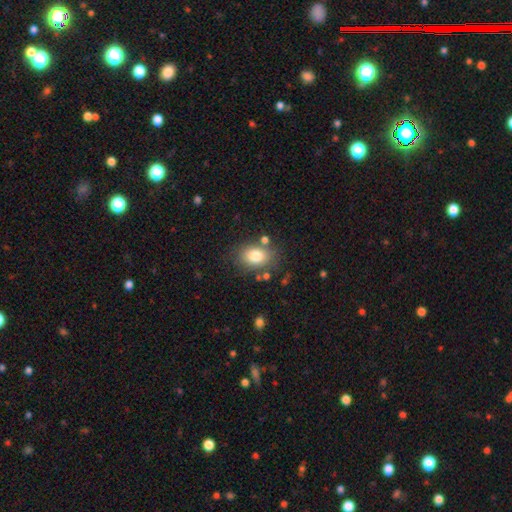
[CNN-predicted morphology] smooth-or-featured: smooth: 80% | featured or disk: 10% | star or artifact: 10%
  how-rounded: in between: 69% | round: 30% | cigar-shaped: 1%
  merging: none: 74% | minor disturbance: 14% | merger: 7% | major disturbance: 5%